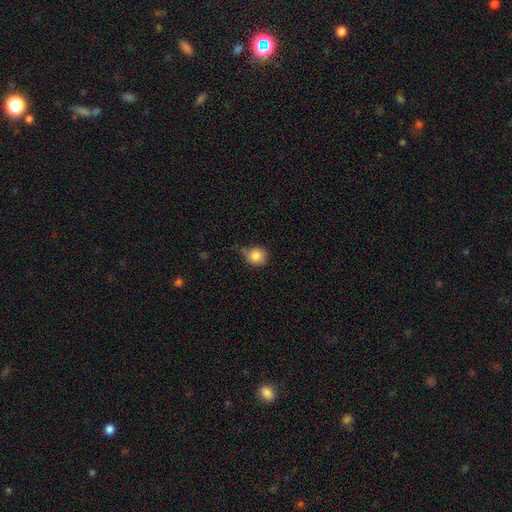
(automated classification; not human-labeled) Smooth or featured: smooth — 82% (star or artifact — 10%)
How rounded: round — 83% (in between — 16%)
Merging: none — 54% (minor disturbance — 34%)